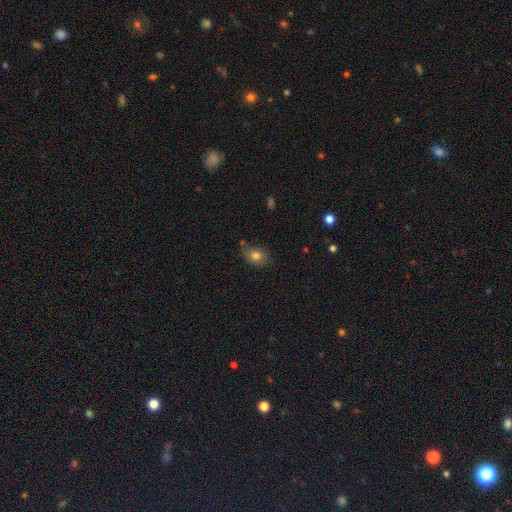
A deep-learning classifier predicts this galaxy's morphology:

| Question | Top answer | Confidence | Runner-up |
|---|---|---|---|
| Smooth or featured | smooth | 79% | star or artifact (11%) |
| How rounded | in between | 66% | round (33%) |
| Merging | none | 70% | minor disturbance (22%) |